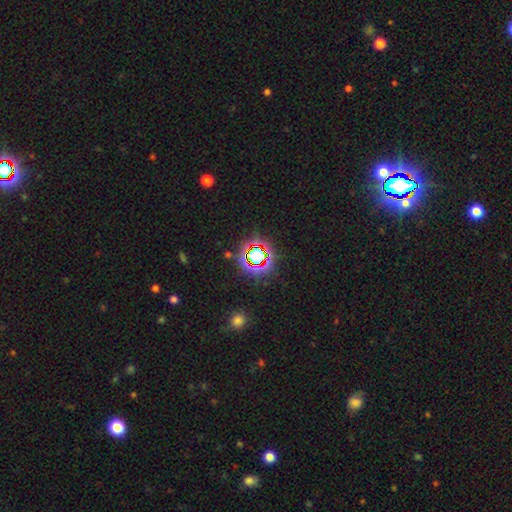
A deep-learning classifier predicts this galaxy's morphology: smooth_or_featured: star or artifact (p=0.71) [alt: smooth p=0.18]